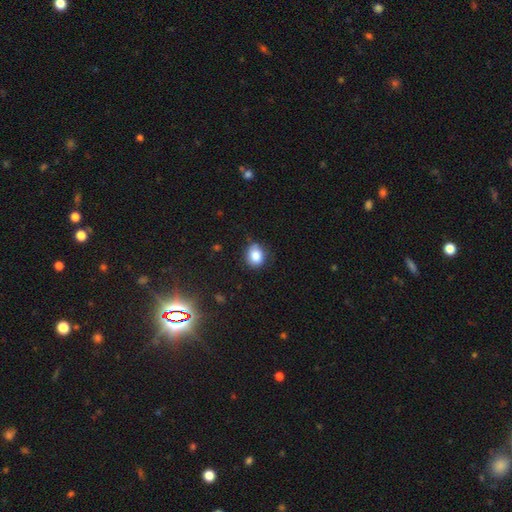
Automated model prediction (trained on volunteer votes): A smooth galaxy with no disk features (83%) that is round (64%). Merging: none (72%).